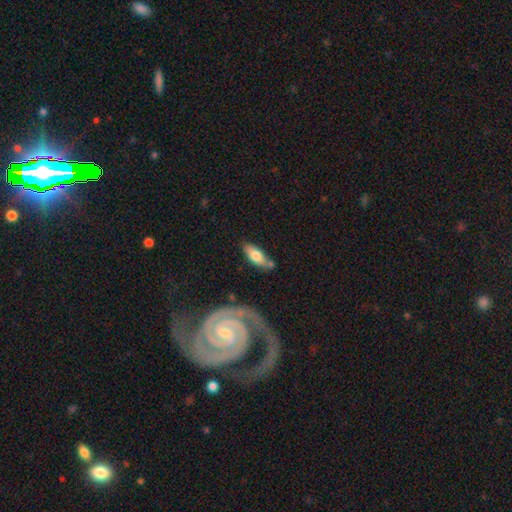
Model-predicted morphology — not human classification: Smooth or featured? smooth (67%)
How rounded? in between (73%)
Merging? none (65%)